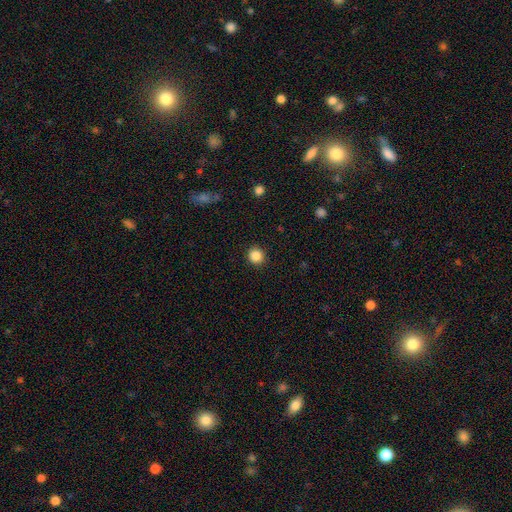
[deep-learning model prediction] A smooth galaxy with no disk features (86%) that is round (93%).

Vote fractions:
- Smooth or featured? smooth: 86% / star or artifact: 11% / featured or disk: 4%
- How rounded? round: 93% / in between: 6% / cigar-shaped: 1%
- Merging? none: 92% / minor disturbance: 5% / major disturbance: 2% / merger: 1%